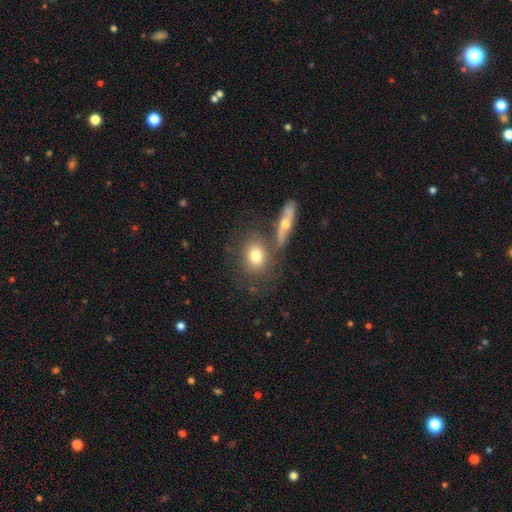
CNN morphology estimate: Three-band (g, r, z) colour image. It shows a smooth galaxy with no disk features (74%) that is round (56%). Merging: none (64%).